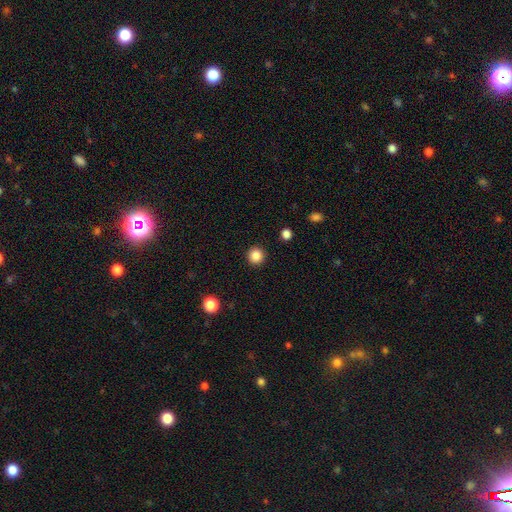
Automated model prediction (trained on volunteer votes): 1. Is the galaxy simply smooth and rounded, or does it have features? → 85% smooth, 11% star or artifact, 4% featured or disk.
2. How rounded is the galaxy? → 95% round, 4% in between, 1% cigar-shaped.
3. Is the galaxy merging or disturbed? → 93% none, 4% minor disturbance, 2% major disturbance, 1% merger.